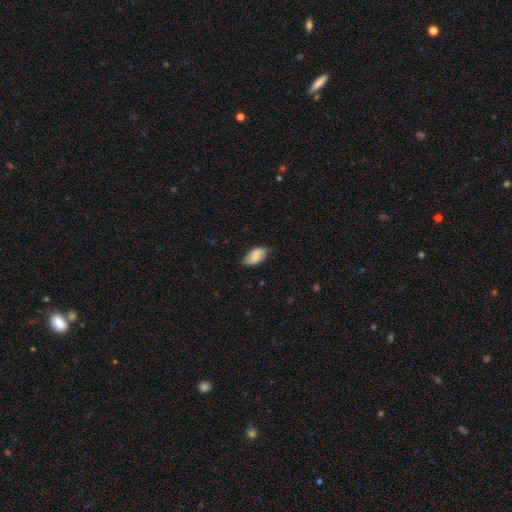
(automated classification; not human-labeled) smooth_or_featured: smooth (p=0.79) [alt: featured or disk p=0.14]
how_rounded: in between (p=0.94) [alt: cigar-shaped p=0.03]
merging: none (p=0.69) [alt: minor disturbance p=0.26]